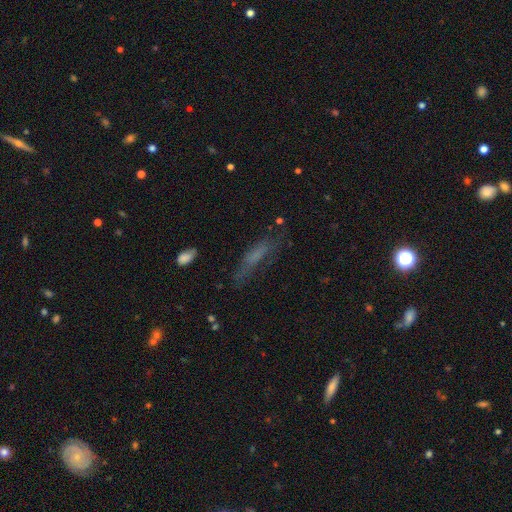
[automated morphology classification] Smooth or featured?
  - smooth: 53% *
  - featured or disk: 29%
  - star or artifact: 18%
How rounded?
  - cigar-shaped: 70% *
  - in between: 27%
  - round: 3%
Merging?
  - none: 61% *
  - minor disturbance: 23%
  - major disturbance: 14%
  - merger: 3%